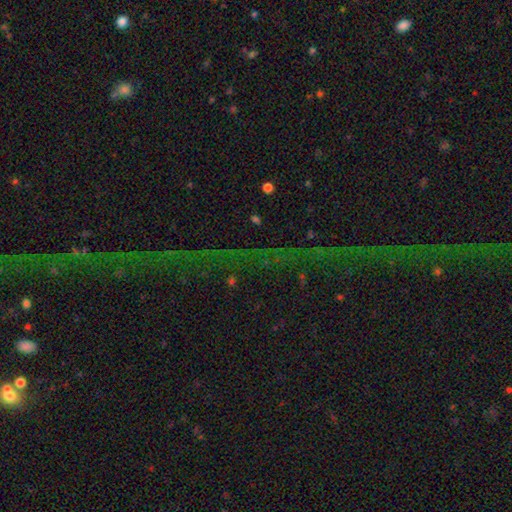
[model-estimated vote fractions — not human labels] A star or artifact, not a galaxy (79%).

Vote fractions:
- Smooth or featured? star or artifact: 79% / featured or disk: 13% / smooth: 8%